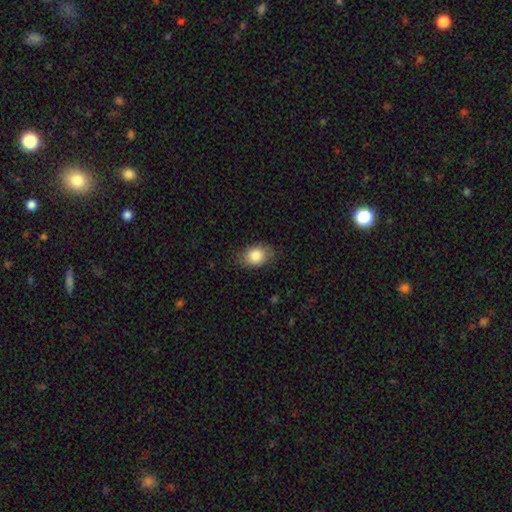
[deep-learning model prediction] Smooth or featured? Predicted: smooth (p=0.85). How rounded? Predicted: in between (p=0.72). Merging? Predicted: none (p=0.79).